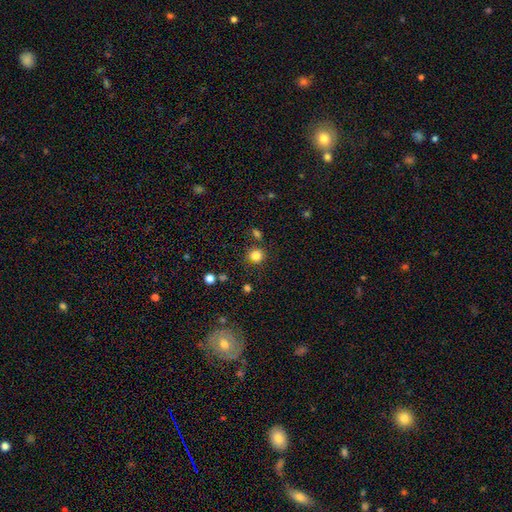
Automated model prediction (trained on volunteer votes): The model was most divided on "merging": none: 80%, minor disturbance: 10%, merger: 6%, major disturbance: 4%. More confident: how rounded — round (89%); smooth or featured — smooth (83%).